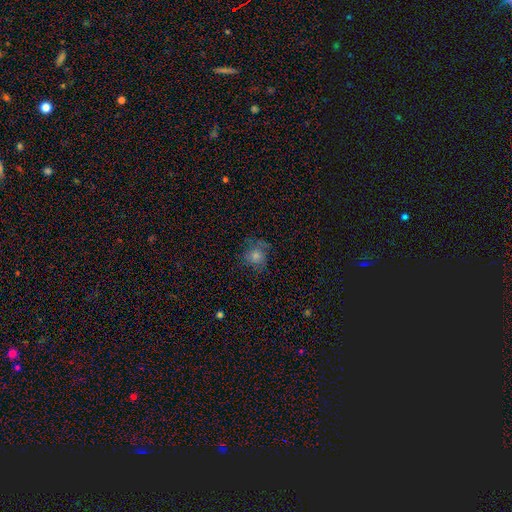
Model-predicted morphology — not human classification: A smooth galaxy with no disk features (49%).

Vote fractions:
- Smooth or featured? smooth: 49% / featured or disk: 30% / star or artifact: 21%
- Merging? none: 66% / minor disturbance: 20% / major disturbance: 13% / merger: 2%